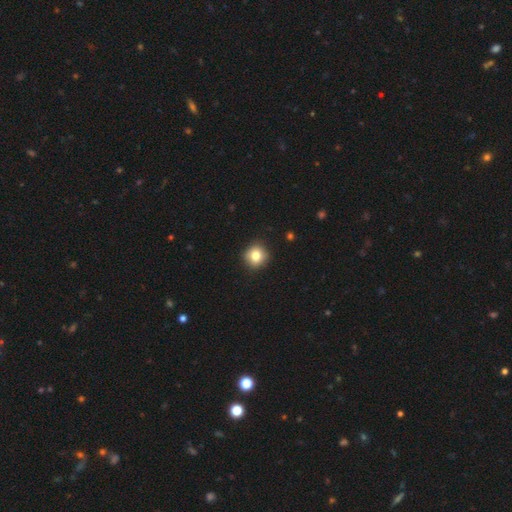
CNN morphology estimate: Smooth or featured?
  - smooth: 81% *
  - star or artifact: 10%
  - featured or disk: 8%
How rounded?
  - round: 90% *
  - in between: 9%
  - cigar-shaped: 1%
Merging?
  - none: 90% *
  - minor disturbance: 7%
  - major disturbance: 2%
  - merger: 1%